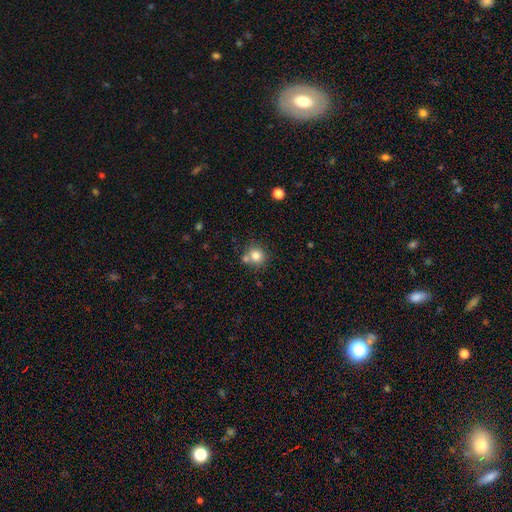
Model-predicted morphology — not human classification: Smooth or featured: smooth — 80% (star or artifact — 11%)
How rounded: round — 89% (in between — 10%)
Merging: none — 65% (merger — 21%)